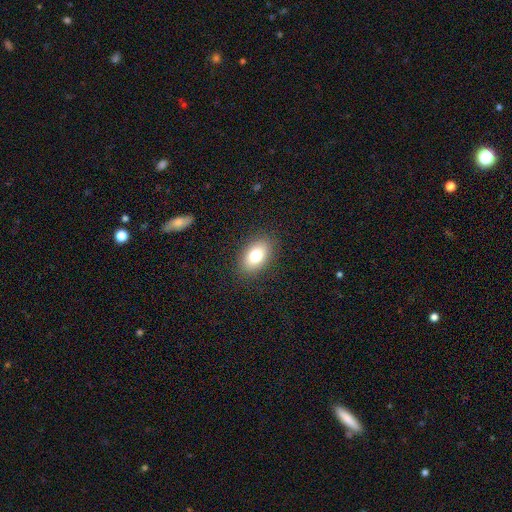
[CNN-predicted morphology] Smooth or featured? smooth (78%)
How rounded? in between (88%)
Merging? none (87%)